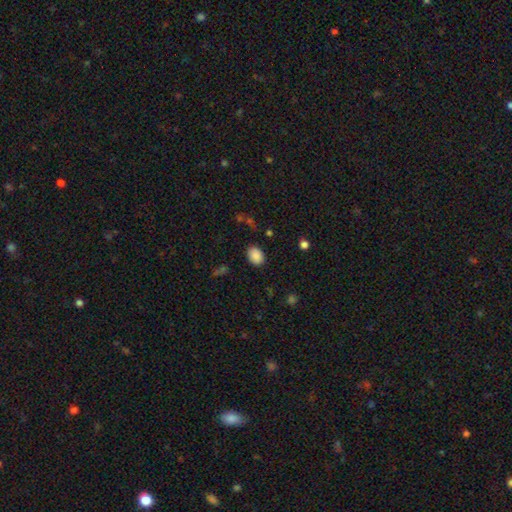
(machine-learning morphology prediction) A smooth galaxy with no disk features (88%) that is in between round and cigar-shaped (71%). Merging: none (86%).